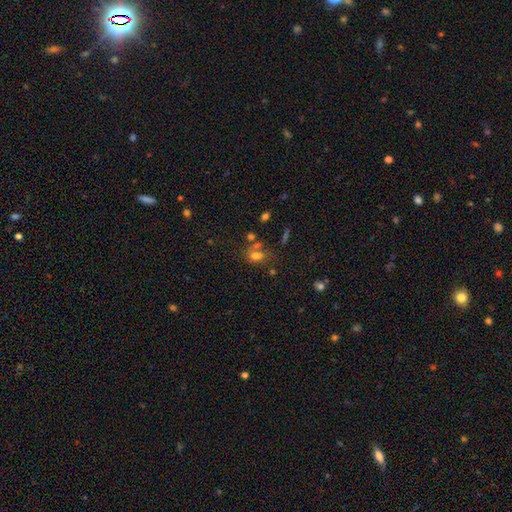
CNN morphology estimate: The model was most divided on "merging": none: 41%, merger: 32%, minor disturbance: 16%, major disturbance: 11%. More confident: smooth or featured — smooth (66%); how rounded — in between (59%).